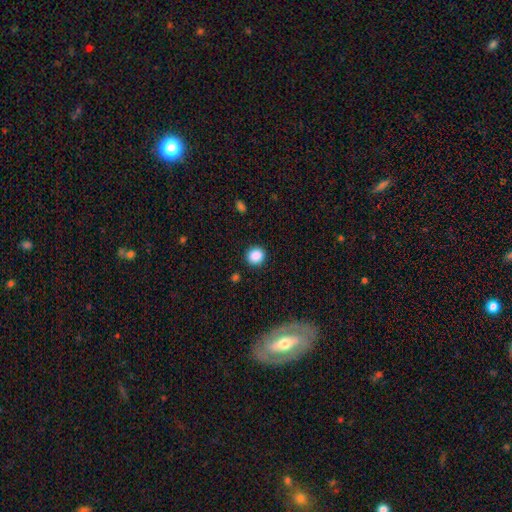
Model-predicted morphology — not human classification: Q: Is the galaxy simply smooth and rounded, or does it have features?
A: smooth — 87%.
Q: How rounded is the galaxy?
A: round — 82%.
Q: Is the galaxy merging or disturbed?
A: none — 89%.